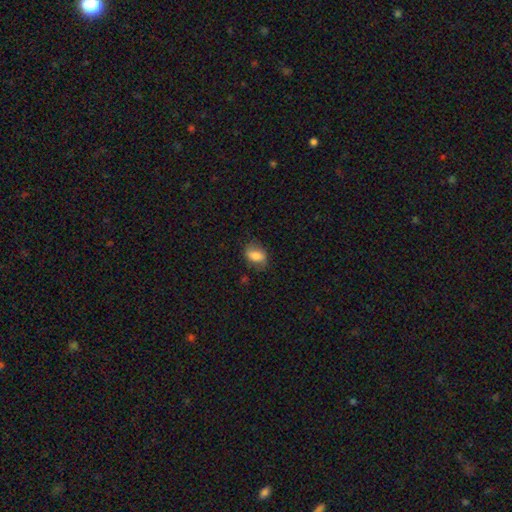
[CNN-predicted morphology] Smooth or featured? Predicted: smooth (p=0.74). How rounded? Predicted: in between (p=0.78). Merging? Predicted: none (p=0.65).